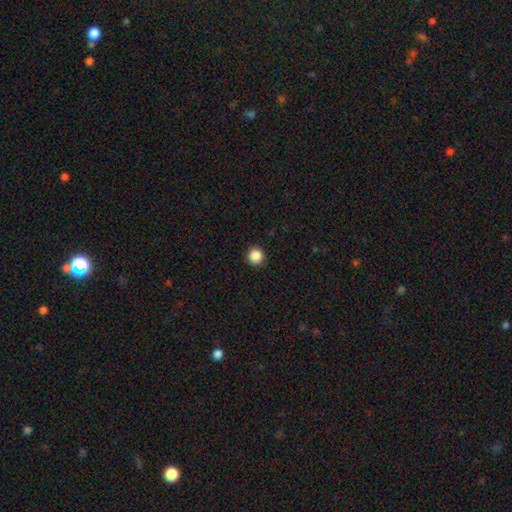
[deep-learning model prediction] Overall: smooth (87%). How rounded: round (96%). Merging: none (93%).